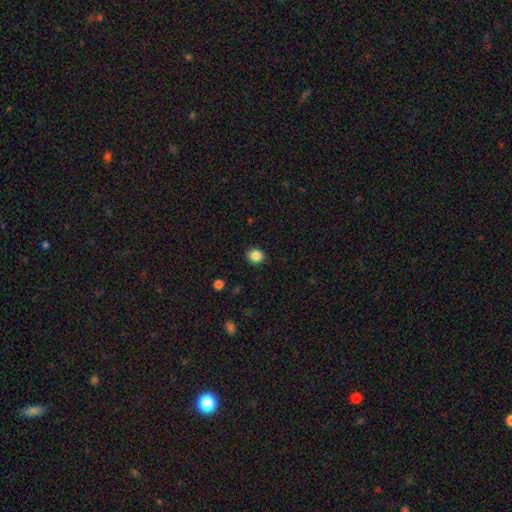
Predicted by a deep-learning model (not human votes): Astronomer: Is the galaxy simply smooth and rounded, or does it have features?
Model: smooth — 86%.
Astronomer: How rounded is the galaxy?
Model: round — 80%.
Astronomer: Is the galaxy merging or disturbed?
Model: none — 90%.